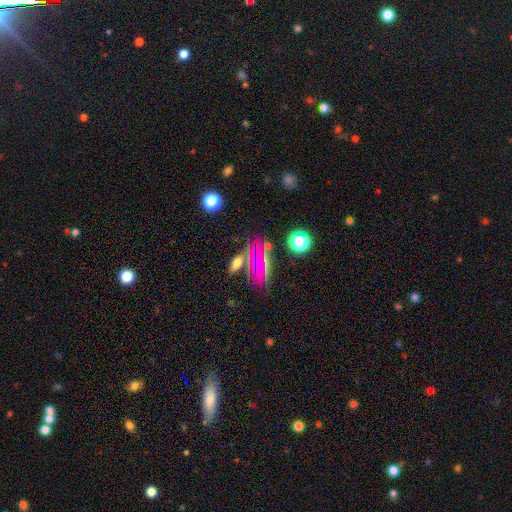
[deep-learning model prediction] Smooth or featured? smooth (46%)
Merging? none (61%)